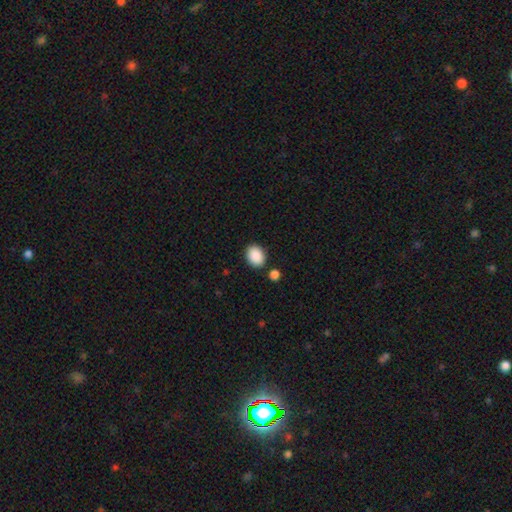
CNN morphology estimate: Smooth or featured? smooth (90%)
How rounded? in between (66%)
Merging? none (84%)